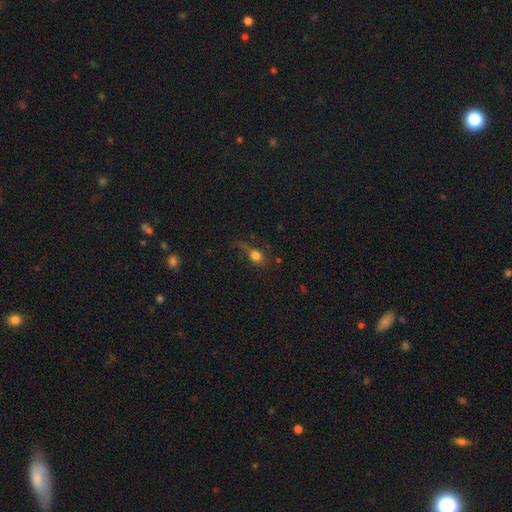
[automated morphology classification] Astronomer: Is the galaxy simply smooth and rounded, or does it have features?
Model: smooth — 70%.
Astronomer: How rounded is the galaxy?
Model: round — 55% (runner-up: in between, 38%).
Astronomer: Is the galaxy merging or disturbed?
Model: none — 45% (runner-up: major disturbance, 26%).